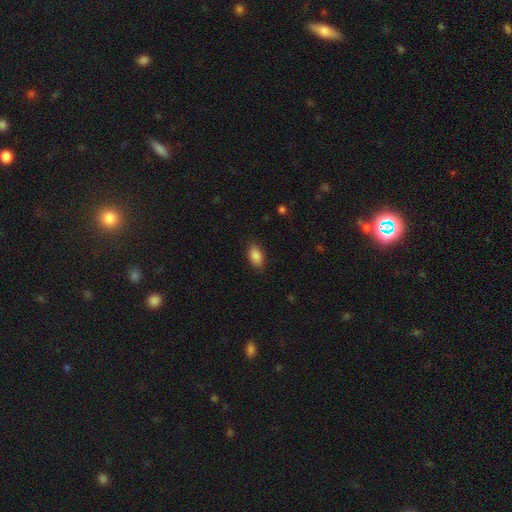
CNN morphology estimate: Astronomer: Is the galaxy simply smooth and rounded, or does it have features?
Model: smooth — 88%.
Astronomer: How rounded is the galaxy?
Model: in between — 91%.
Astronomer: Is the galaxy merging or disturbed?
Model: none — 86%.